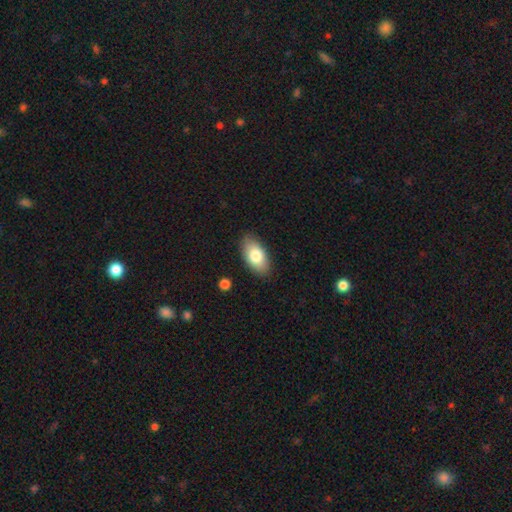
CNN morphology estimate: This appears to be a smooth galaxy with no disk features (79%) that is in between round and cigar-shaped (93%). Merging: none (86%).